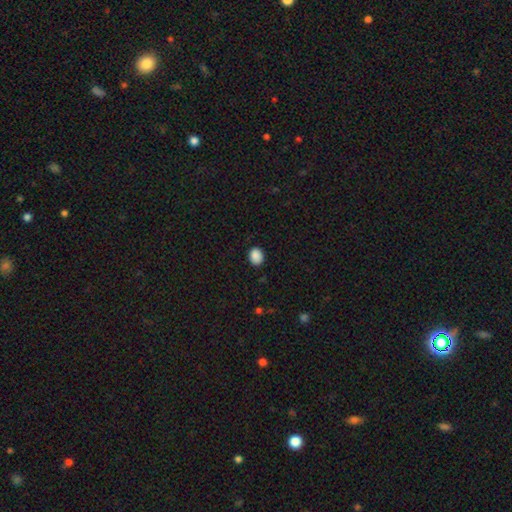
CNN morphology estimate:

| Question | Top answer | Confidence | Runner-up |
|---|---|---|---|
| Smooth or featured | smooth | 88% | star or artifact (9%) |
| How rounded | round | 51% | in between (49%) |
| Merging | none | 85% | minor disturbance (12%) |